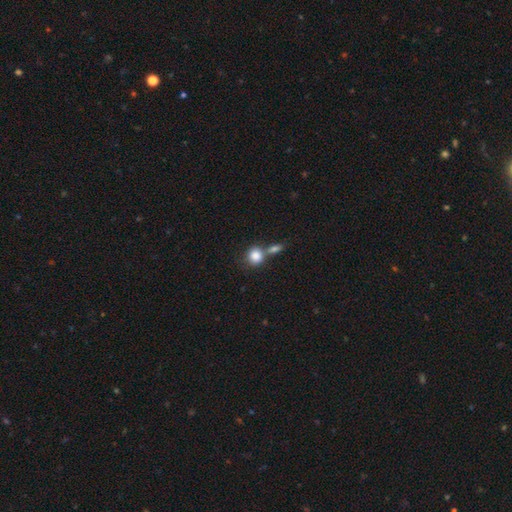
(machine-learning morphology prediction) Smooth or featured? smooth (84%)
How rounded? round (76%)
Merging? merger (43%)